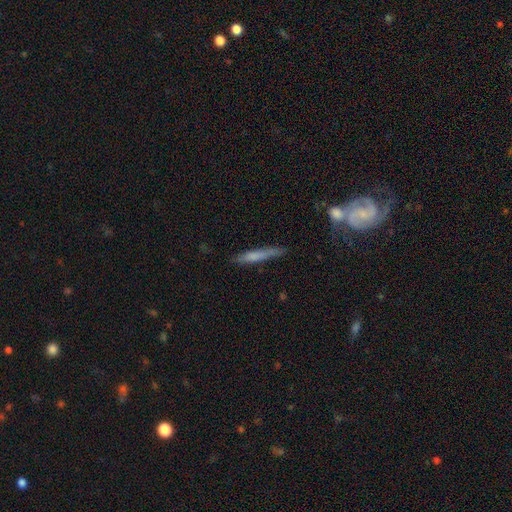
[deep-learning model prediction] A smooth galaxy with no disk features (64%) that is cigar-shaped (94%).

Vote fractions:
- Smooth or featured? smooth: 64% / featured or disk: 29% / star or artifact: 7%
- How rounded? cigar-shaped: 94% / in between: 5% / round: 2%
- Merging? none: 78% / minor disturbance: 16% / major disturbance: 3% / merger: 2%